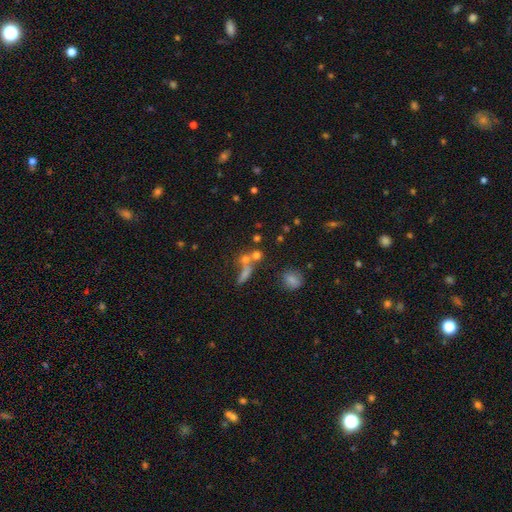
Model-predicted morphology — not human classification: A smooth galaxy with no disk features (61%) that is round (70%).

Vote fractions:
- Smooth or featured? smooth: 61% / star or artifact: 20% / featured or disk: 18%
- How rounded? round: 70% / in between: 21% / cigar-shaped: 9%
- Merging? merger: 44% / none: 42% / minor disturbance: 8% / major disturbance: 6%